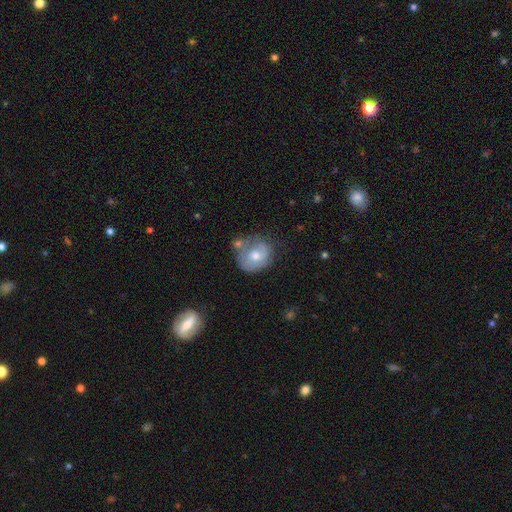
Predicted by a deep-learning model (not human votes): smooth-or-featured: featured or disk: 49% | smooth: 43% | star or artifact: 8%
  merging: none: 50% | minor disturbance: 25% | merger: 14% | major disturbance: 10%